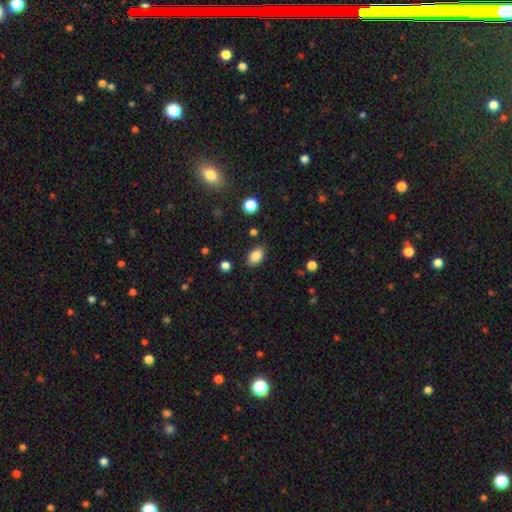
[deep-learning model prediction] This is clearly a smooth galaxy (85%). How rounded: clearly in between (88%). Merging: clearly none (85%).